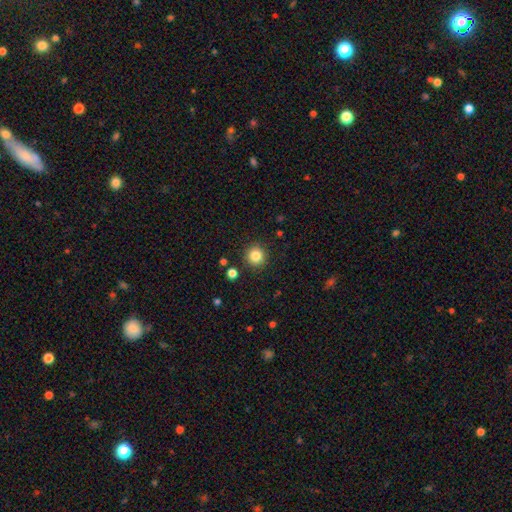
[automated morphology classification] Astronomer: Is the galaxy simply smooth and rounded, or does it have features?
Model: smooth — 84%.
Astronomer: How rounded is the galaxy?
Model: round — 94%.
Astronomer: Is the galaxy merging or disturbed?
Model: none — 90%.